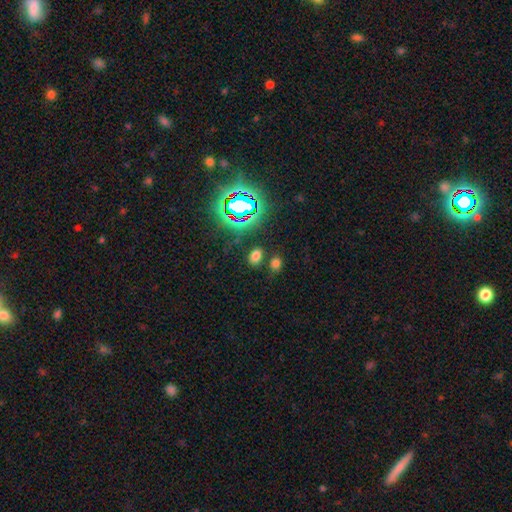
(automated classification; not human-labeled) Q: Smooth or featured?
A: smooth (66%); runner-up: star or artifact (27%)
Q: How rounded?
A: in between (73%); runner-up: round (25%)
Q: Merging?
A: none (80%); runner-up: minor disturbance (9%)